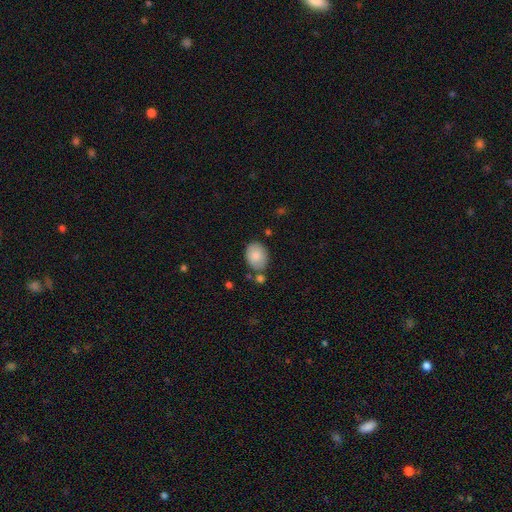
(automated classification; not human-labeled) This is clearly a smooth galaxy (84%). How rounded: likely in between (70%). Merging: likely none (72%).